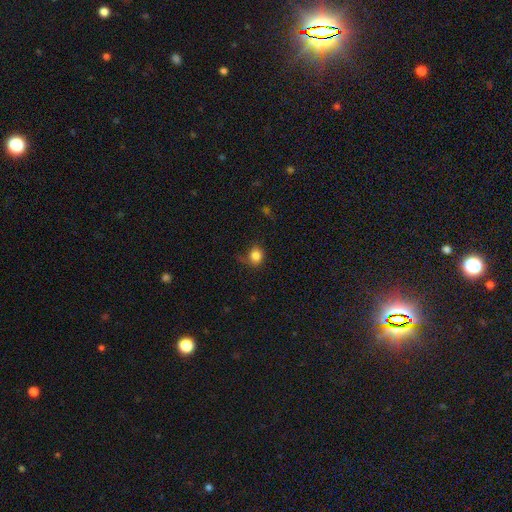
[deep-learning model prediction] Smooth or featured? Predicted: smooth (p=0.83). How rounded? Predicted: round (p=0.72). Merging? Predicted: none (p=0.56).